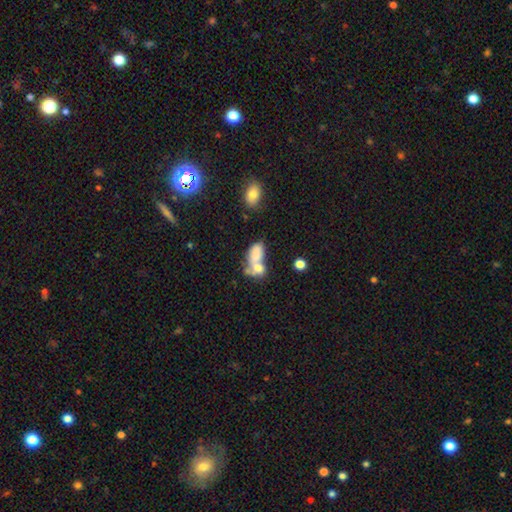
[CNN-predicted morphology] Smooth or featured?
  - smooth: 71% *
  - featured or disk: 19%
  - star or artifact: 10%
How rounded?
  - in between: 85% *
  - round: 12%
  - cigar-shaped: 4%
Merging?
  - merger: 59% *
  - none: 20%
  - minor disturbance: 11%
  - major disturbance: 10%